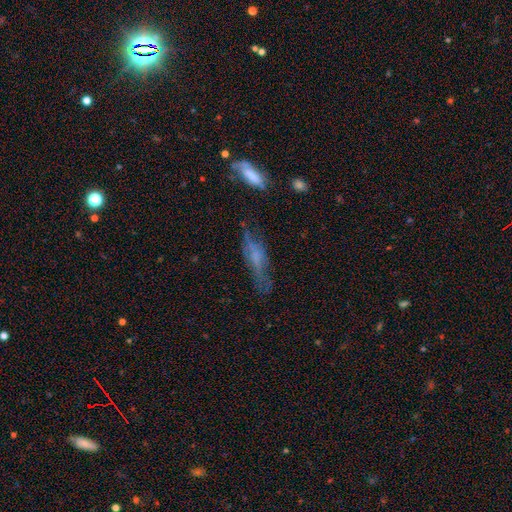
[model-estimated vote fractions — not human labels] The model was most divided on "smooth or featured": featured or disk: 44%, smooth: 43%, star or artifact: 12%. Remaining: merging — none (49%).